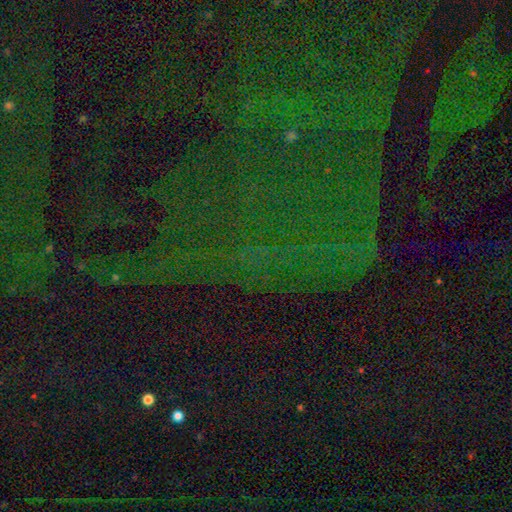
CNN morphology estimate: A star or artifact, not a galaxy (84%).

Vote fractions:
- Smooth or featured? star or artifact: 84% / smooth: 8% / featured or disk: 8%